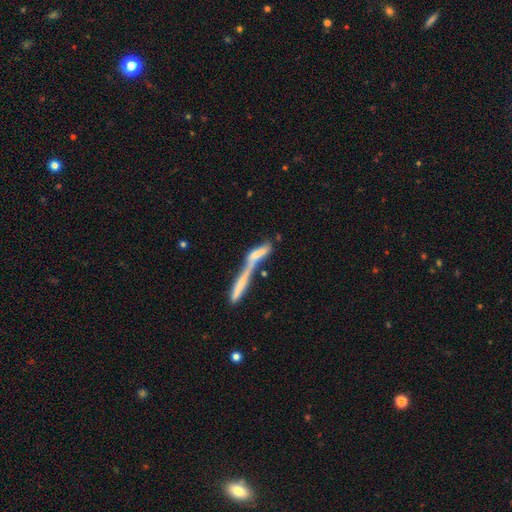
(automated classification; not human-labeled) This appears to be a featured or disk galaxy (49%). Merging: merger (49%).